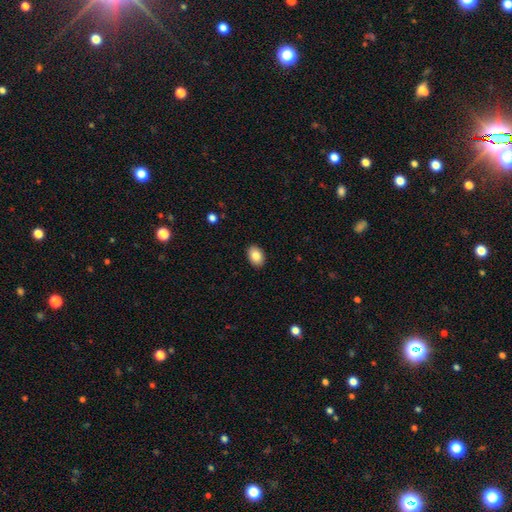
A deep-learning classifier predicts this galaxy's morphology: Smooth or featured: smooth — 84% (featured or disk — 8%)
How rounded: in between — 82% (round — 17%)
Merging: none — 90% (minor disturbance — 7%)